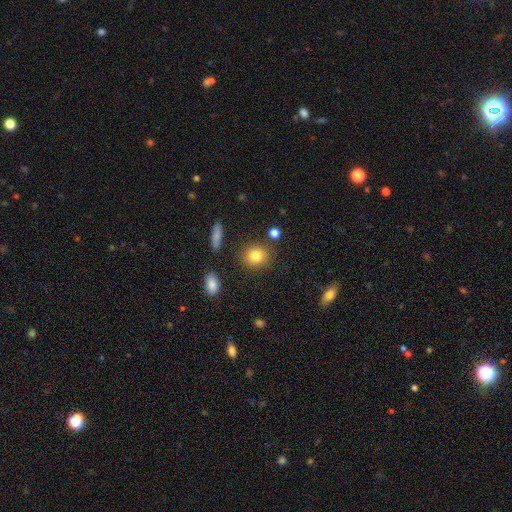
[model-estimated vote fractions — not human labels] This is clearly a smooth galaxy (81%). How rounded: likely round (72%). Merging: clearly none (85%).